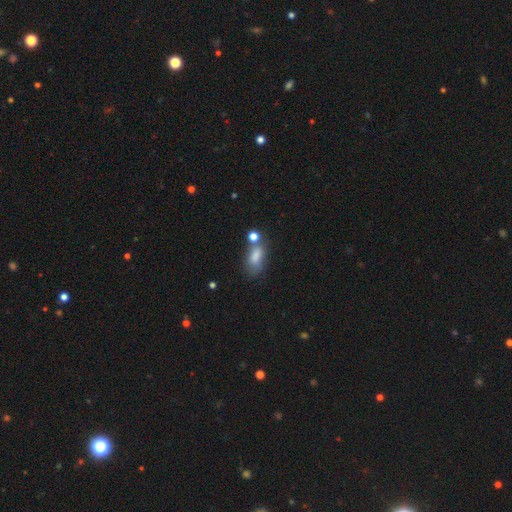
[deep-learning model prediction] smooth-or-featured: smooth: 76% | featured or disk: 13% | star or artifact: 11%
  how-rounded: in between: 84% | round: 9% | cigar-shaped: 6%
  merging: none: 41% | merger: 26% | minor disturbance: 21% | major disturbance: 11%